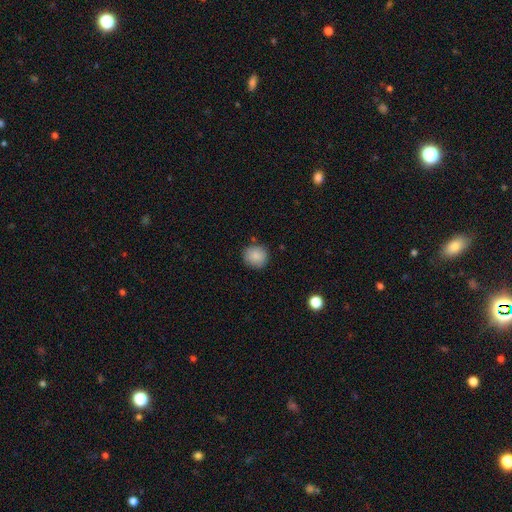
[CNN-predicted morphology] A smooth galaxy with no disk features (87%) that is round (89%).

Vote fractions:
- Smooth or featured? smooth: 87% / star or artifact: 8% / featured or disk: 5%
- How rounded? round: 89% / in between: 10% / cigar-shaped: 1%
- Merging? none: 85% / minor disturbance: 11% / major disturbance: 2% / merger: 2%